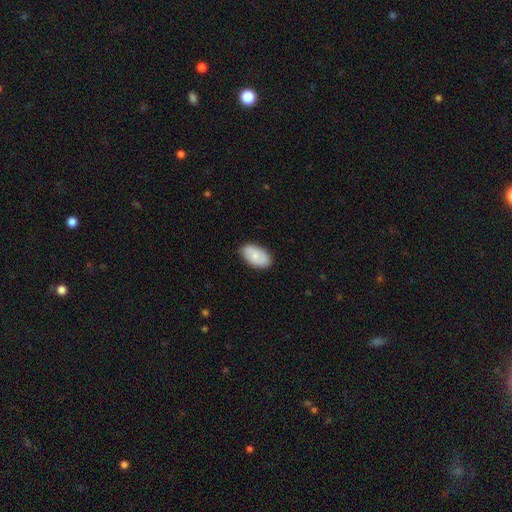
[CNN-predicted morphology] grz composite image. It shows a smooth galaxy with no disk features (73%) that is in between round and cigar-shaped (94%). Merging: none (85%).